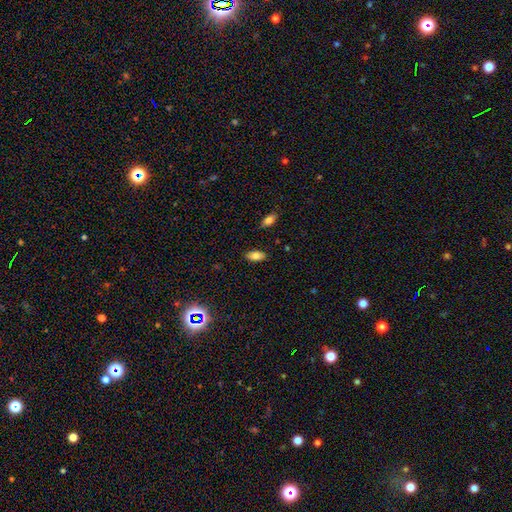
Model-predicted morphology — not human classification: smooth-or-featured: smooth: 79% | featured or disk: 11% | star or artifact: 9%
  how-rounded: in between: 91% | cigar-shaped: 5% | round: 4%
  merging: none: 87% | minor disturbance: 10% | major disturbance: 2% | merger: 1%